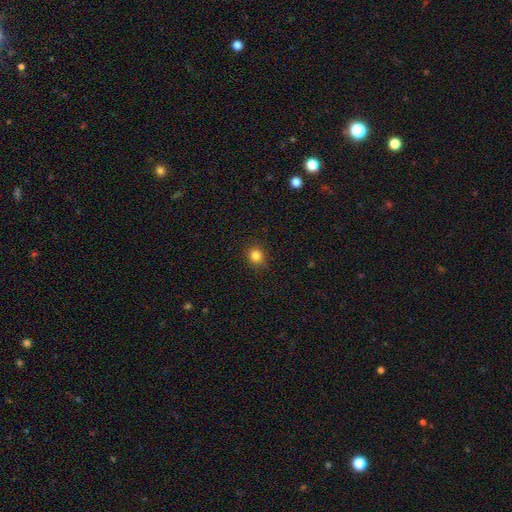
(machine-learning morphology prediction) Smooth or featured? Predicted: smooth (p=0.83). How rounded? Predicted: round (p=0.87). Merging? Predicted: none (p=0.88).